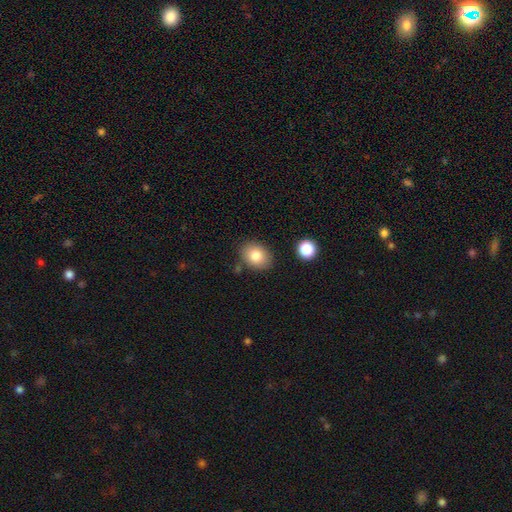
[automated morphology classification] Smooth or featured? smooth (82%)
How rounded? in between (59%)
Merging? none (82%)